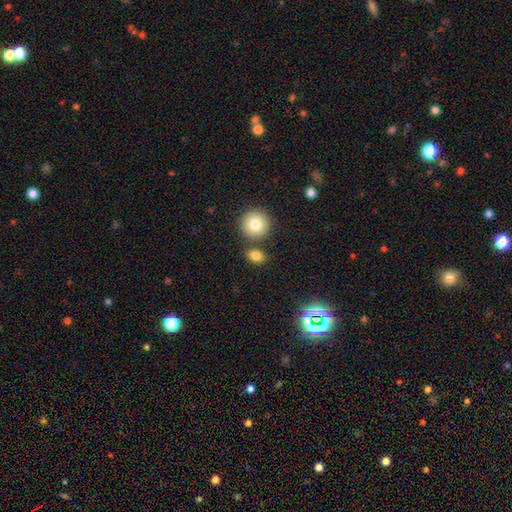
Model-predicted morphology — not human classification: Smooth or featured?
  - smooth: 81% *
  - star or artifact: 11%
  - featured or disk: 7%
How rounded?
  - round: 50% *
  - in between: 48%
  - cigar-shaped: 2%
Merging?
  - none: 71% *
  - merger: 15%
  - minor disturbance: 10%
  - major disturbance: 3%